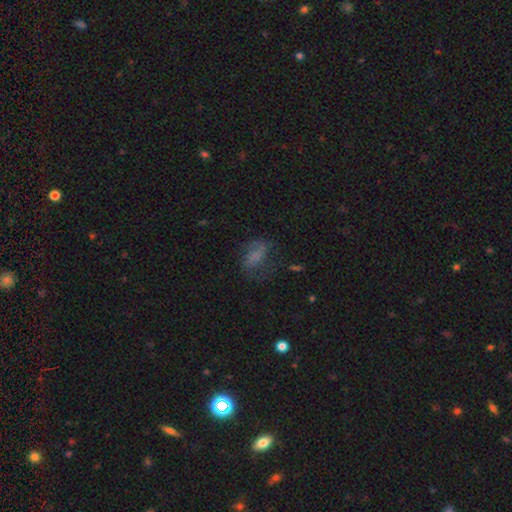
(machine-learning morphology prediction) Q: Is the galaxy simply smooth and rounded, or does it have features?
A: smooth — 50%.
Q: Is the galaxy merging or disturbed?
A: none — 45%.